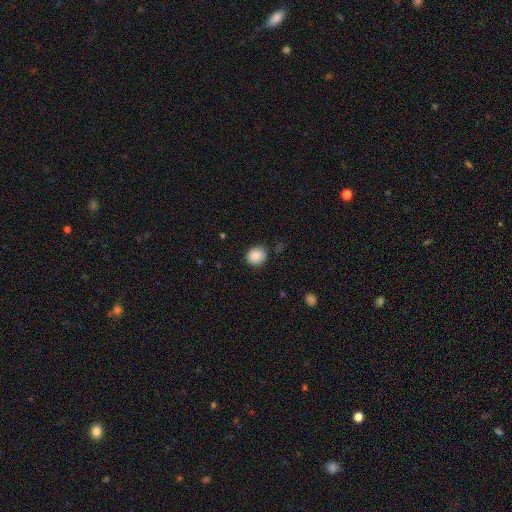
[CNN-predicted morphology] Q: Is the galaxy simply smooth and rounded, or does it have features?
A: smooth — 86%.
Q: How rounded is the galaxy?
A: round — 77%.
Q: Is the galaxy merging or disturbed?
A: none — 82%.